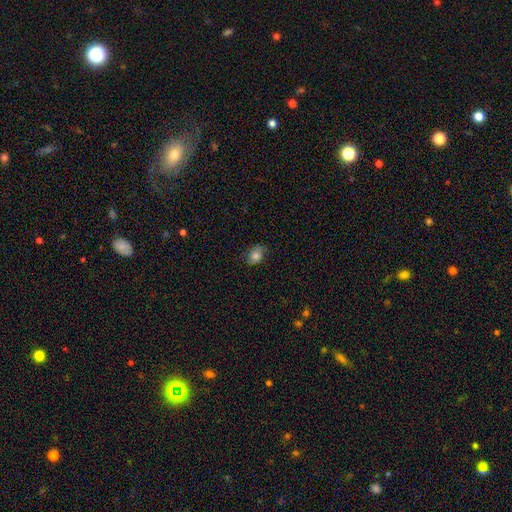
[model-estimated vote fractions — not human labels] Q: Smooth or featured?
A: smooth (64%); runner-up: featured or disk (25%)
Q: How rounded?
A: in between (62%); runner-up: round (36%)
Q: Merging?
A: none (70%); runner-up: minor disturbance (22%)